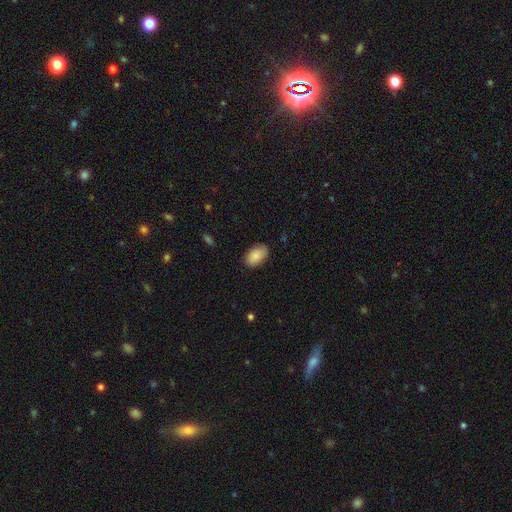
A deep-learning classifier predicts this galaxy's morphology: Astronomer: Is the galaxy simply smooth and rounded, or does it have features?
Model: smooth — 83%.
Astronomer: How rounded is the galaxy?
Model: in between — 93%.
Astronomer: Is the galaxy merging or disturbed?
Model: none — 79%.